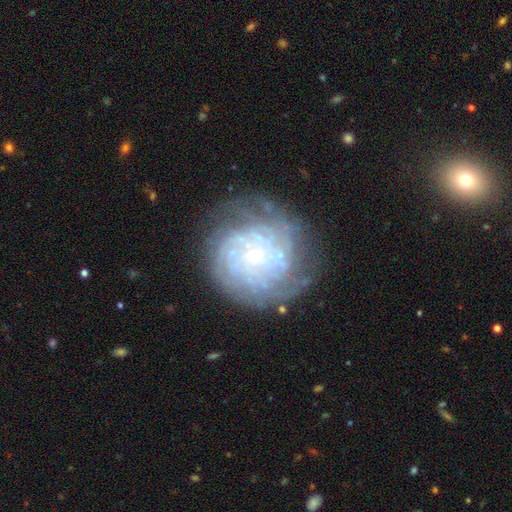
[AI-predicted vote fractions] featured or disk 77%, smooth 15%, star or artifact 9%. Down the decision tree: edge-on disk — no (97%); bar — no (77%); spiral arms — yes (88%); spiral arm count — can't tell (46%); spiral winding — tight (71%); bulge size — small (82%); merging — none (70%).